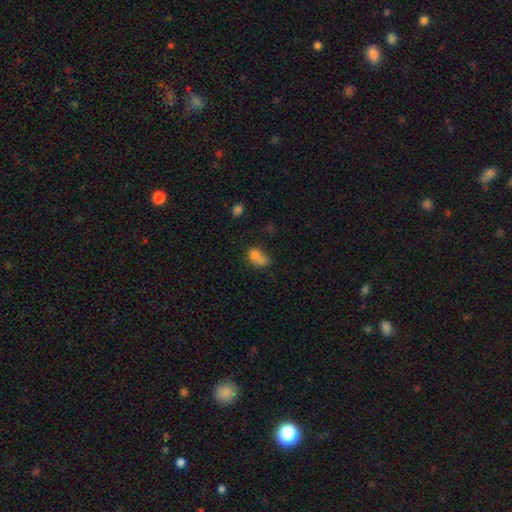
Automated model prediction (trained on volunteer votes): Morphology: type=smooth (74%); roundness=in between (65%); merging=merger (43%).